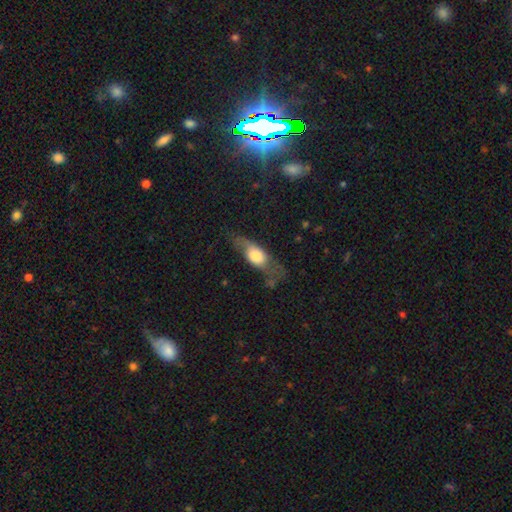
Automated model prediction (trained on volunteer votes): This is possibly a smooth galaxy (59%). How rounded: likely in between (71%). Merging: marginally none (44%).